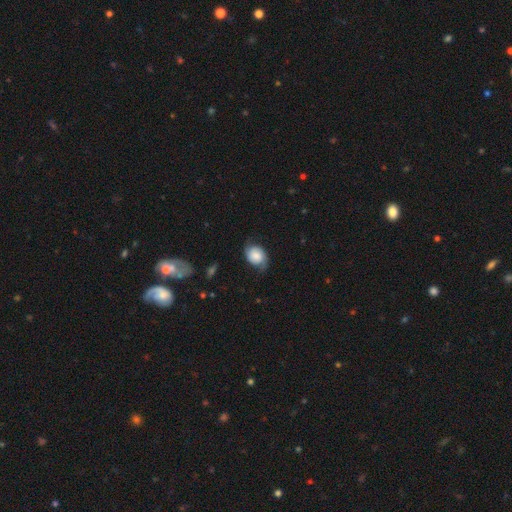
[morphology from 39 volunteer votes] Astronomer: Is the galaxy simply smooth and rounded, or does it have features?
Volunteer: featured or disk — 51% (runner-up: smooth, 41%).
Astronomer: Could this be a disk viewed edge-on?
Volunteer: no — 100%.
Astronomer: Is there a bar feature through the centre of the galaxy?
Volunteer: no — 70%.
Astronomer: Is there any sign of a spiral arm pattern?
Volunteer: yes — 100%.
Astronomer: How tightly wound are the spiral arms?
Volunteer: medium — 40% (runner-up: loose, 35%).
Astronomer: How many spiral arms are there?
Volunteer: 2 — 85%.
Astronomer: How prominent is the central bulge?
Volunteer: moderate — 55%.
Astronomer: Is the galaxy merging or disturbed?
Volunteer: none — 69%.